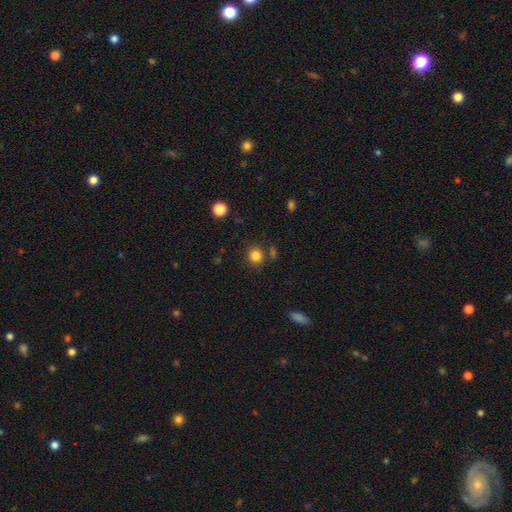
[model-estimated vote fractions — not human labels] Smooth or featured? Predicted: smooth (p=0.83). How rounded? Predicted: round (p=0.88). Merging? Predicted: none (p=0.82).